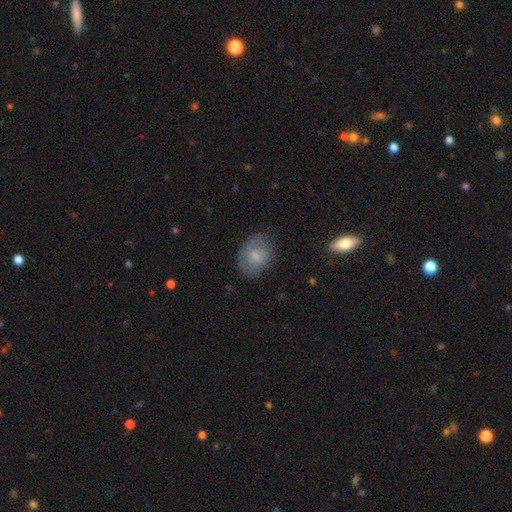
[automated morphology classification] Q: Smooth or featured?
A: smooth (74%); runner-up: featured or disk (18%)
Q: How rounded?
A: in between (60%); runner-up: round (39%)
Q: Merging?
A: none (68%); runner-up: minor disturbance (22%)